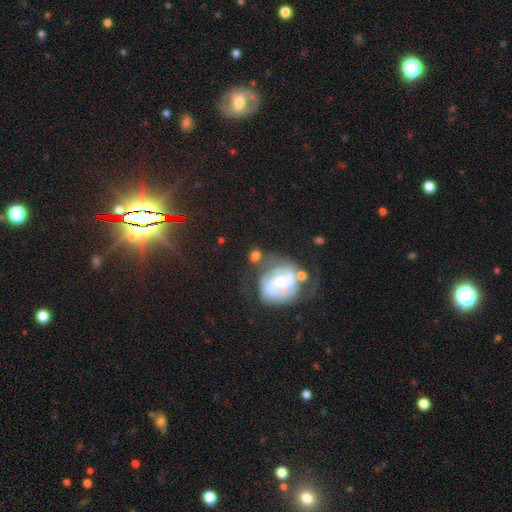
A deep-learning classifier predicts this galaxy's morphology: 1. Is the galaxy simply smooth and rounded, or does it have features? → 53% featured or disk, 36% smooth, 11% star or artifact.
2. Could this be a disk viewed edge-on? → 96% no, 4% yes.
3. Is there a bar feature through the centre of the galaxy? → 54% no, 35% weak, 11% strong.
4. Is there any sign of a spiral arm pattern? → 81% yes, 19% no.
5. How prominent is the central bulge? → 49% small, 37% moderate, 6% large, 6% none, 2% dominant.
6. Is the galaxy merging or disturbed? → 49% none, 20% minor disturbance, 16% merger, 15% major disturbance.